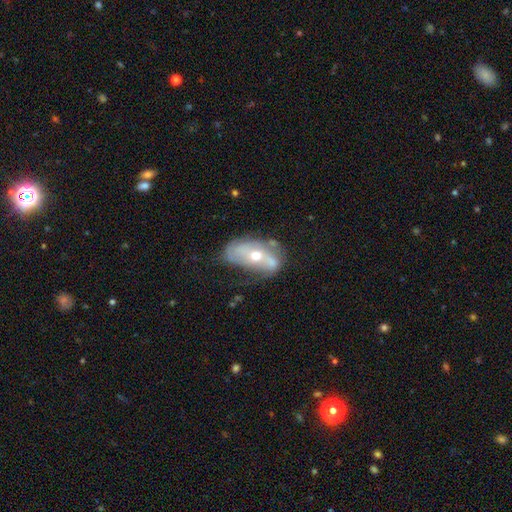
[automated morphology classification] Smooth or featured?
  - featured or disk: 66% *
  - smooth: 26%
  - star or artifact: 8%
Edge-on disk?
  - no: 91% *
  - yes: 9%
Bar?
  - no: 64% *
  - weak: 22%
  - strong: 14%
Spiral arms?
  - yes: 56% *
  - no: 44%
Bulge size?
  - moderate: 63% *
  - small: 32%
  - large: 3%
  - none: 1%
  - dominant: 1%
Merging?
  - none: 39% *
  - minor disturbance: 29%
  - major disturbance: 19%
  - merger: 13%